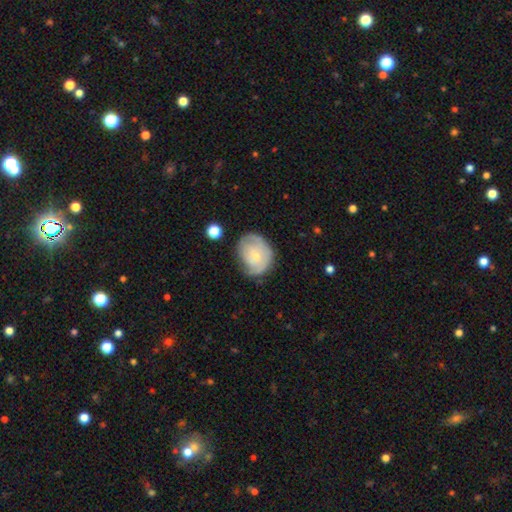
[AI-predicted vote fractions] featured or disk 56%, smooth 37%, star or artifact 7%. Down the decision tree: edge-on disk — no (97%); bar — no (81%); spiral arms — yes (74%); bulge size — small (74%); merging — none (57%).